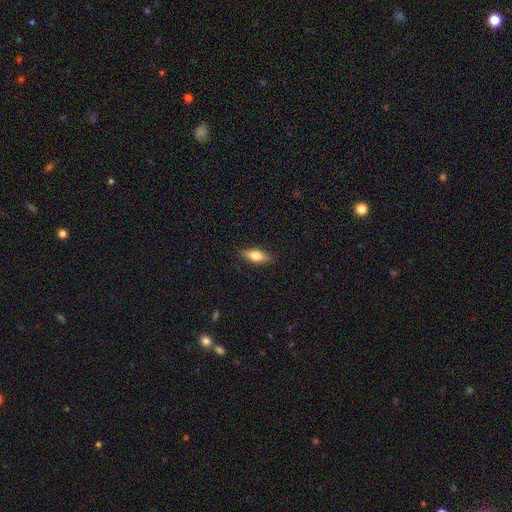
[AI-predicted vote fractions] This is likely a smooth galaxy (69%). How rounded: likely in between (68%). Merging: clearly none (87%).